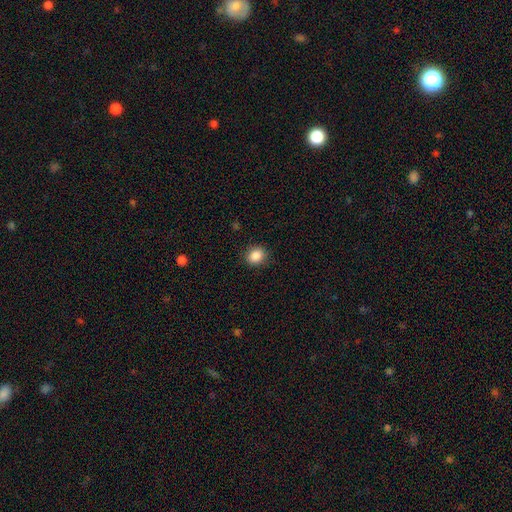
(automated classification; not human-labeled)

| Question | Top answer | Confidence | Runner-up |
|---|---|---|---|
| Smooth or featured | smooth | 87% | star or artifact (9%) |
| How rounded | round | 66% | in between (33%) |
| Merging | none | 88% | minor disturbance (9%) |